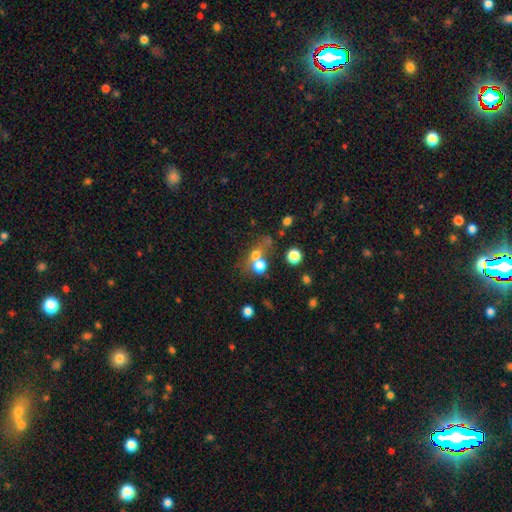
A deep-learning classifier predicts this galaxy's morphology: This is likely a smooth galaxy (66%). How rounded: likely round (74%). Merging: possibly merger (49%).